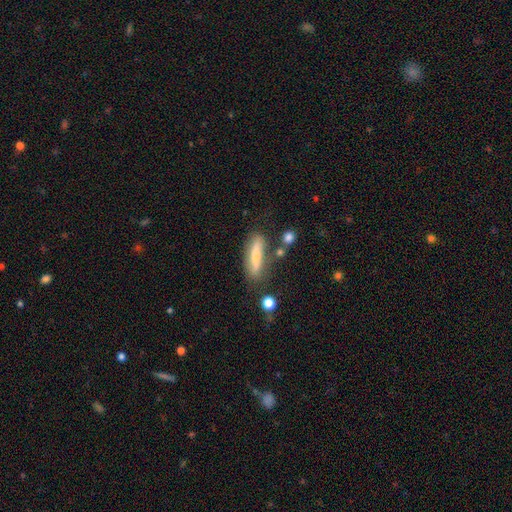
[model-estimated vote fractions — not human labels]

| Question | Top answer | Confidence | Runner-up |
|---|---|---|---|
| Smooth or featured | smooth | 64% | featured or disk (29%) |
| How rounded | cigar-shaped | 70% | in between (27%) |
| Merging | none | 71% | minor disturbance (17%) |